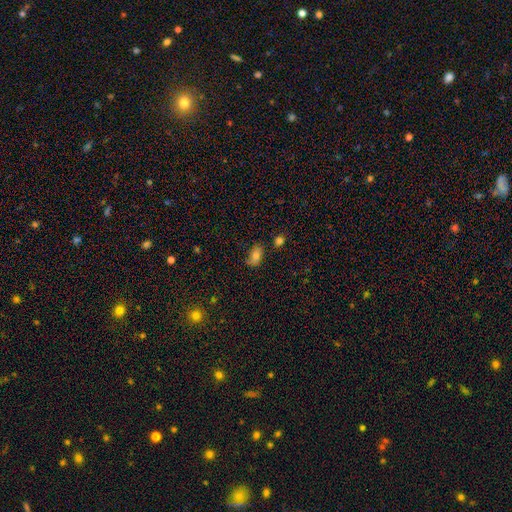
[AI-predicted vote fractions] Smooth or featured? Predicted: smooth (p=0.77). How rounded? Predicted: in between (p=0.89). Merging? Predicted: none (p=0.70).